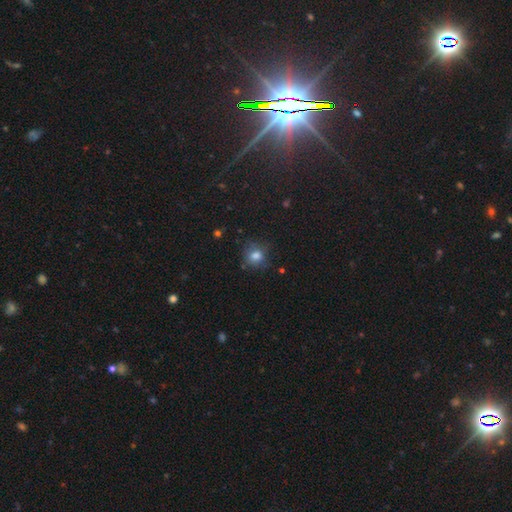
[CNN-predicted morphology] Smooth or featured?
  - smooth: 77% *
  - star or artifact: 13%
  - featured or disk: 10%
How rounded?
  - round: 77% *
  - in between: 22%
  - cigar-shaped: 1%
Merging?
  - none: 68% *
  - minor disturbance: 22%
  - major disturbance: 8%
  - merger: 3%